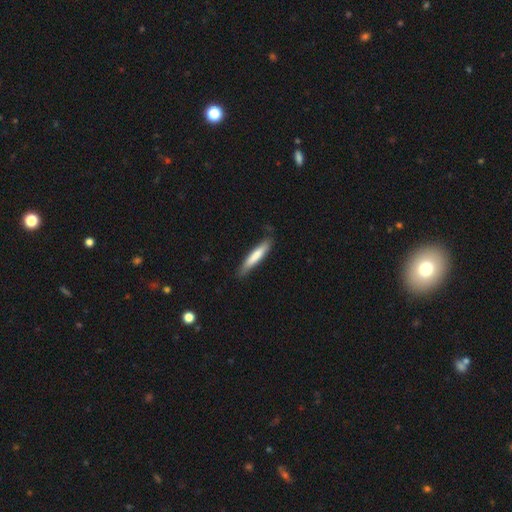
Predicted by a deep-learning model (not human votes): smooth 73%, featured or disk 22%, star or artifact 5%. Down the decision tree: how rounded — cigar-shaped (89%); merging — none (79%).